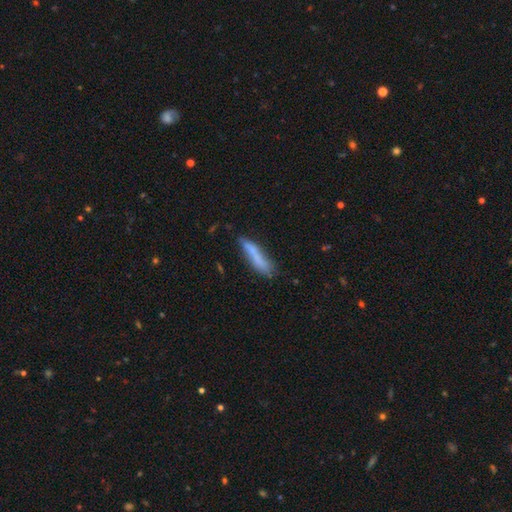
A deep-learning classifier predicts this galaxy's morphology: Q: Smooth or featured?
A: smooth (70%); runner-up: featured or disk (23%)
Q: How rounded?
A: cigar-shaped (86%); runner-up: in between (13%)
Q: Merging?
A: none (66%); runner-up: minor disturbance (23%)